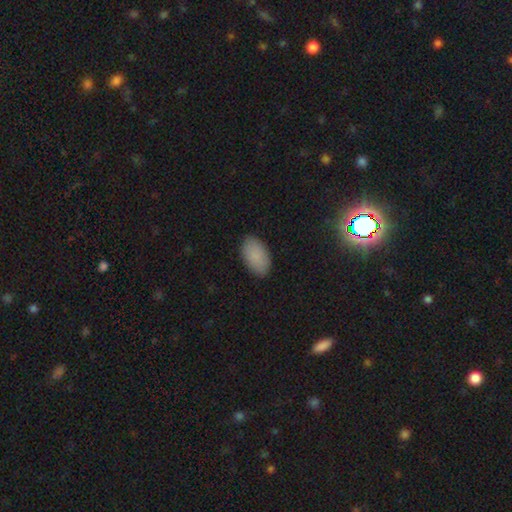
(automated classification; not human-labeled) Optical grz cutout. It shows a smooth galaxy with no disk features (88%) that is in between round and cigar-shaped (95%). Merging: none (88%).